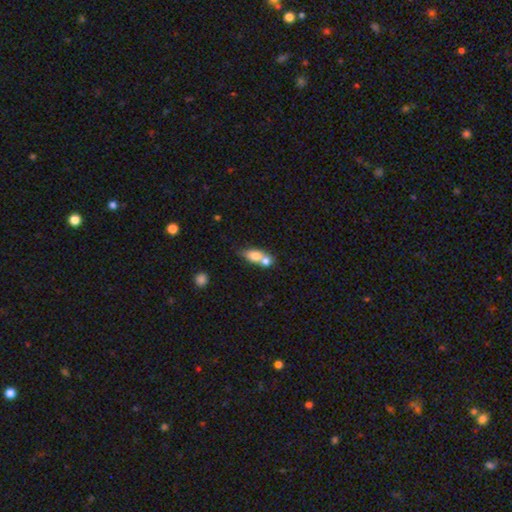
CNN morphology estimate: The model was most divided on "merging": merger: 63%, none: 25%, minor disturbance: 8%, major disturbance: 4%. More confident: smooth or featured — smooth (71%); how rounded — in between (63%).